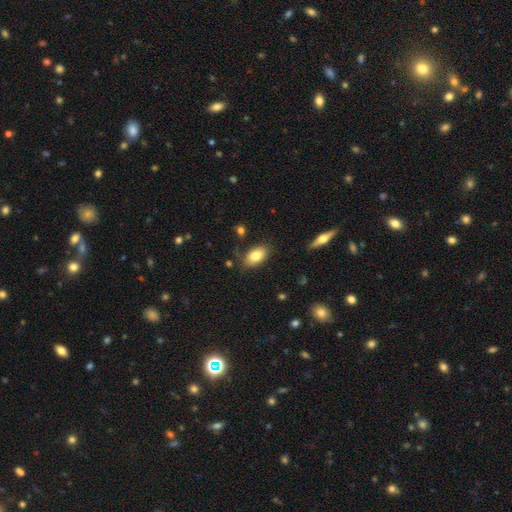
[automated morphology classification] smooth_or_featured: smooth (p=0.81) [alt: featured or disk p=0.11]
how_rounded: in between (p=0.92) [alt: round p=0.06]
merging: none (p=0.79) [alt: minor disturbance p=0.15]